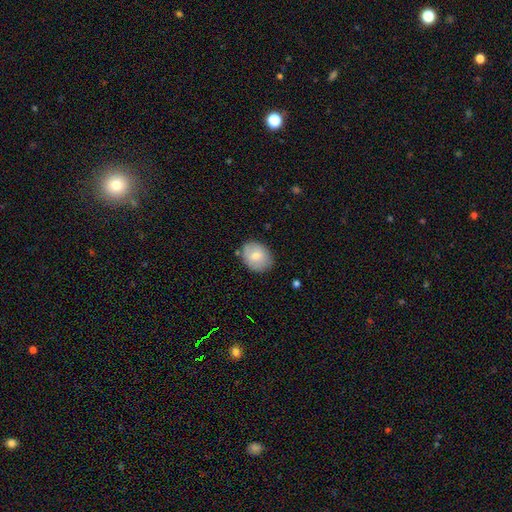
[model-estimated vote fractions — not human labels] smooth_or_featured: smooth (p=0.75) [alt: featured or disk p=0.18]
how_rounded: in between (p=0.56) [alt: round p=0.43]
merging: none (p=0.80) [alt: minor disturbance p=0.15]